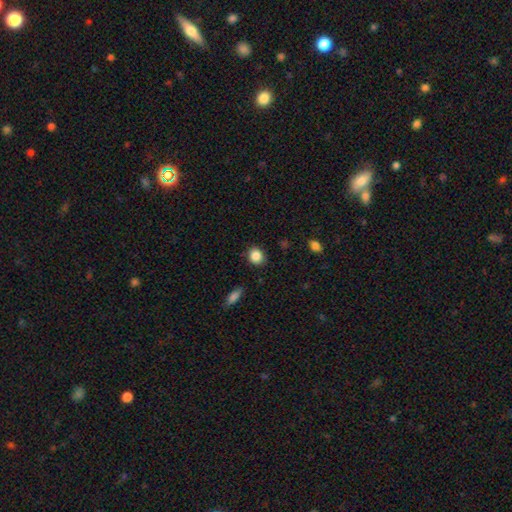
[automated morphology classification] This appears to be a smooth galaxy with no disk features (86%) that is round (72%). Merging: none (83%).